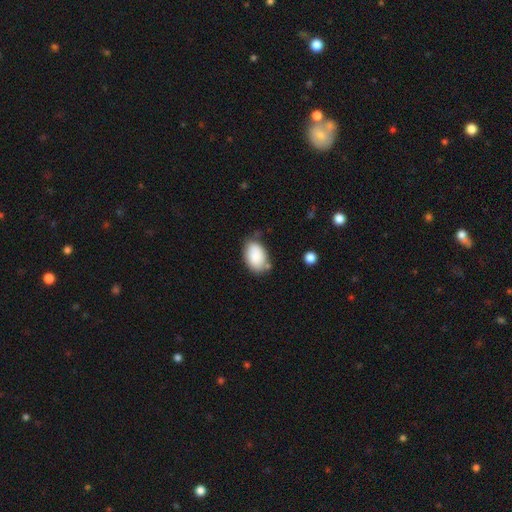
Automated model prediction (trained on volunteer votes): Overall: smooth (88%). How rounded: in between (90%). Merging: none (67%).